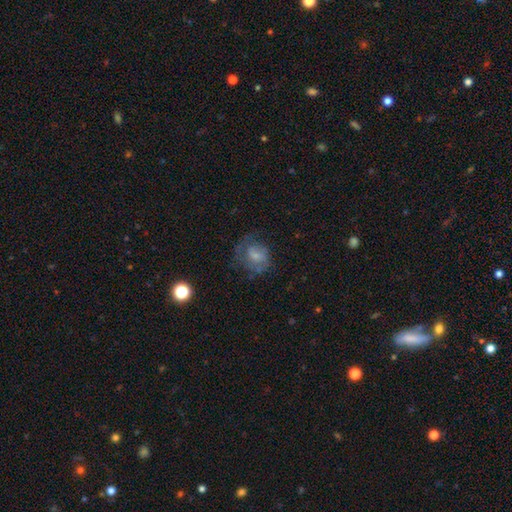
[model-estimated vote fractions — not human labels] Smooth or featured?
  - featured or disk: 45% *
  - smooth: 44%
  - star or artifact: 11%
Merging?
  - none: 48% *
  - major disturbance: 26%
  - minor disturbance: 24%
  - merger: 2%